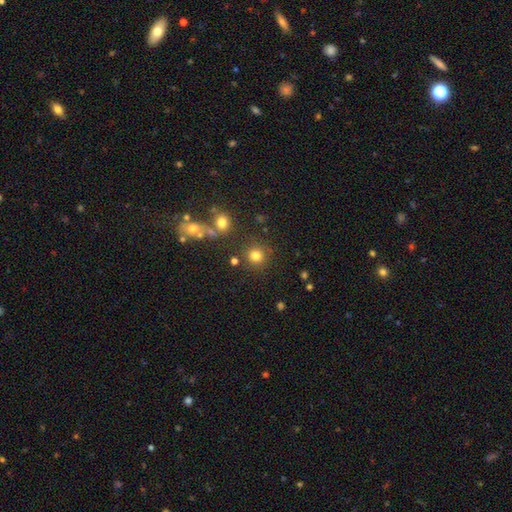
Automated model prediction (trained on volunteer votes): Overall: smooth (79%). How rounded: round (91%). Merging: none (81%).